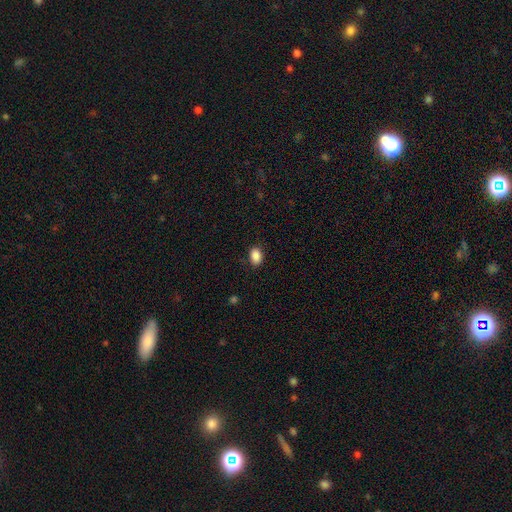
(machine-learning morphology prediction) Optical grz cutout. It shows a smooth galaxy with no disk features (89%) that is in between round and cigar-shaped (84%). Merging: none (85%).